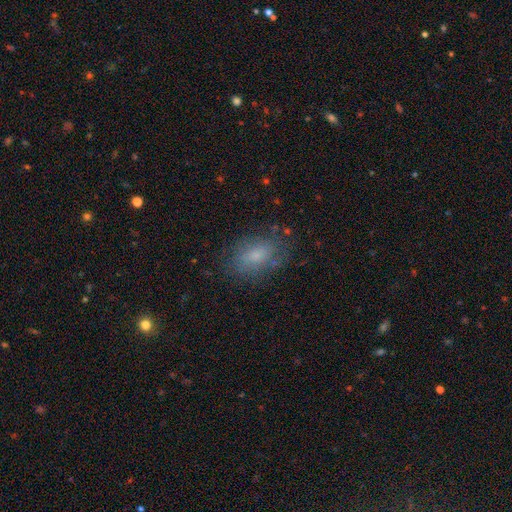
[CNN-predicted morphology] This is likely a smooth galaxy (70%). How rounded: clearly in between (84%). Merging: likely none (74%).